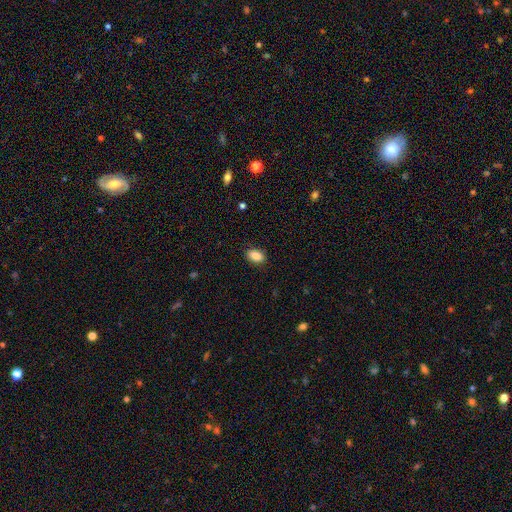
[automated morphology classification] Smooth or featured?
  - smooth: 87% *
  - star or artifact: 8%
  - featured or disk: 5%
How rounded?
  - in between: 87% *
  - round: 12%
  - cigar-shaped: 2%
Merging?
  - none: 88% *
  - minor disturbance: 9%
  - major disturbance: 2%
  - merger: 1%